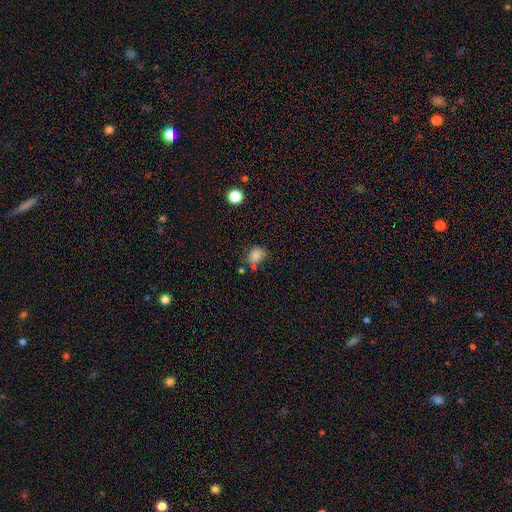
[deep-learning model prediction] Smooth or featured?
  - smooth: 82% *
  - star or artifact: 11%
  - featured or disk: 7%
How rounded?
  - in between: 54% *
  - round: 45%
  - cigar-shaped: 1%
Merging?
  - none: 58% *
  - minor disturbance: 24%
  - merger: 12%
  - major disturbance: 7%